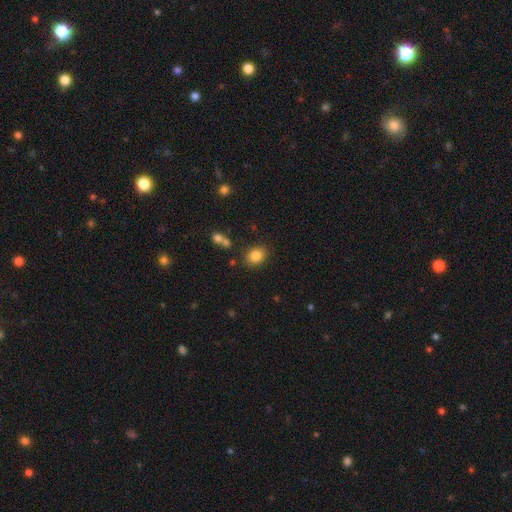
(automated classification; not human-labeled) This appears to be a smooth galaxy with no disk features (84%) that is in between round and cigar-shaped (55%). Merging: none (81%).